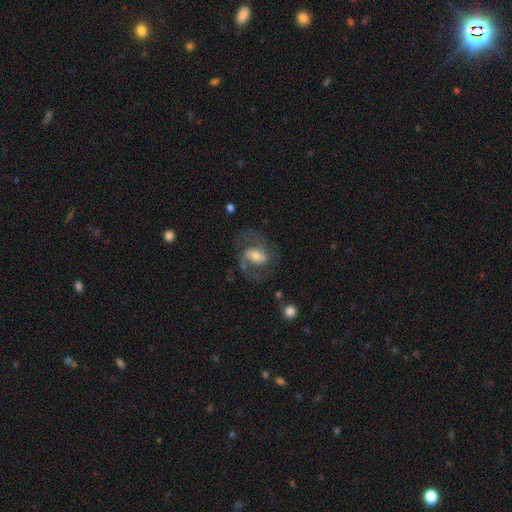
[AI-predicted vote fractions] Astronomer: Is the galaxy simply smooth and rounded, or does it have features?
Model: featured or disk — 78%.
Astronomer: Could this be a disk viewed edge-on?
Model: no — 97%.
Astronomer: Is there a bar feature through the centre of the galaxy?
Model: weak — 42% (runner-up: no, 38%).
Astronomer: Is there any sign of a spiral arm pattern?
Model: yes — 92%.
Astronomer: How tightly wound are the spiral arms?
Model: medium — 57%.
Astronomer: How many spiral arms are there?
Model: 2 — 83%.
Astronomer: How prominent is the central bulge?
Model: moderate — 57%.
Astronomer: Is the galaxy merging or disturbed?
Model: none — 64%.